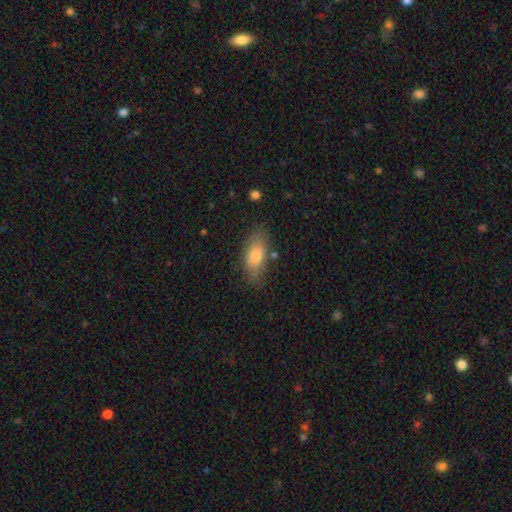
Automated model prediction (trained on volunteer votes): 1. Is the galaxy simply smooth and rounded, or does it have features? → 77% smooth, 16% featured or disk, 7% star or artifact.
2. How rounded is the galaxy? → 81% in between, 16% cigar-shaped, 4% round.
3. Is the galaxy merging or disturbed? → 77% none, 16% minor disturbance, 4% major disturbance, 3% merger.